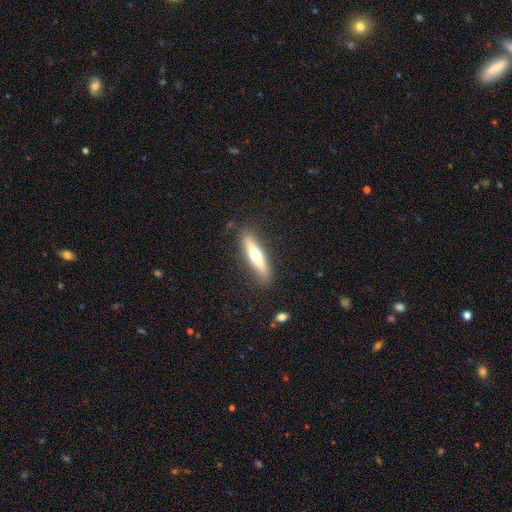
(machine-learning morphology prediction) smooth 50%, featured or disk 44%, star or artifact 6%. Down the decision tree: how rounded — cigar-shaped (81%); merging — none (85%).